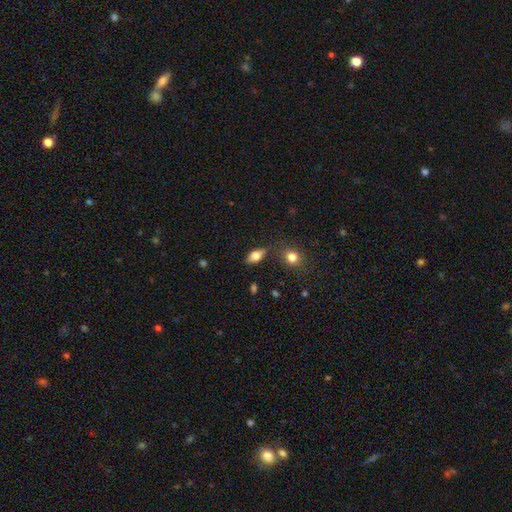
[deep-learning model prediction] This is likely a smooth galaxy (71%). How rounded: clearly in between (85%). Merging: likely none (77%).